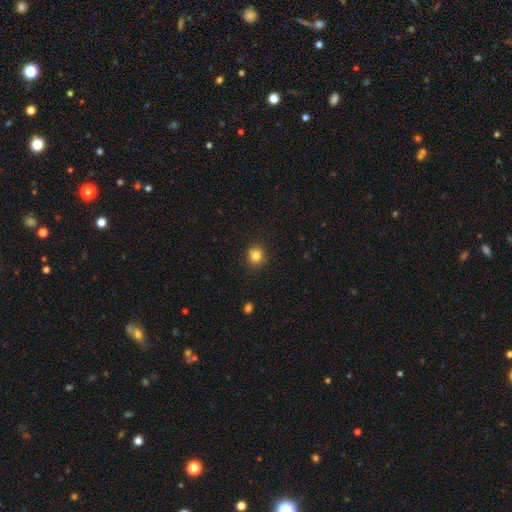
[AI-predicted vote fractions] smooth-or-featured: smooth: 83% | star or artifact: 12% | featured or disk: 5%
  how-rounded: round: 85% | in between: 14% | cigar-shaped: 1%
  merging: none: 87% | minor disturbance: 9% | major disturbance: 2% | merger: 2%